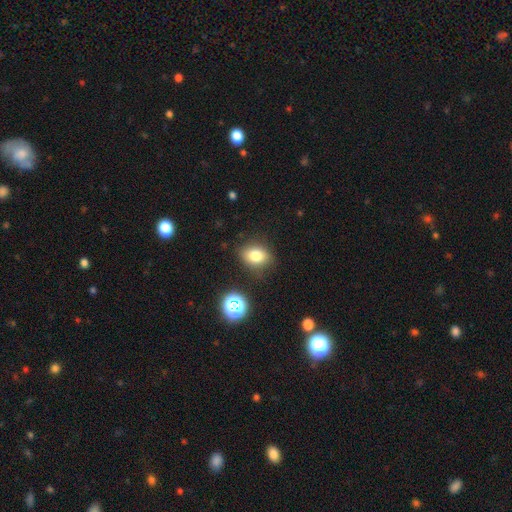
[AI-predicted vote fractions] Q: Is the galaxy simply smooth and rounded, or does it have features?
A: smooth — 78%.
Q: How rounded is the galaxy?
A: in between — 66%.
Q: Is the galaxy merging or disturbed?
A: none — 81%.